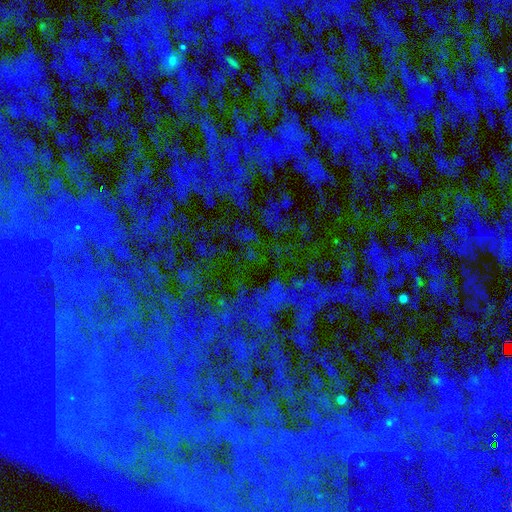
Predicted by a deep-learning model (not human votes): This is clearly a star or artifact rather than a galaxy (83%).